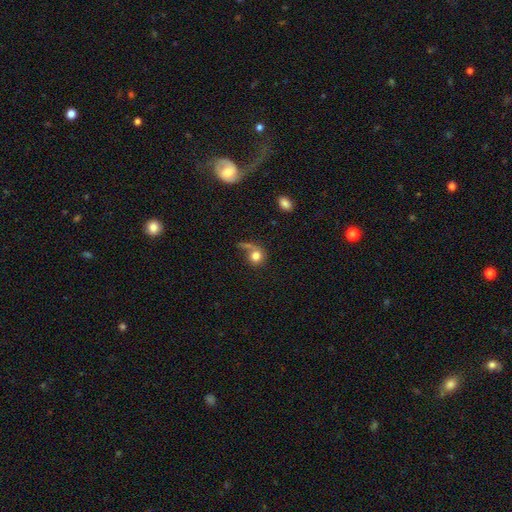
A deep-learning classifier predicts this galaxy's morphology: Smooth or featured: smooth — 78% (featured or disk — 12%)
How rounded: round — 82% (in between — 17%)
Merging: none — 45% (merger — 21%)